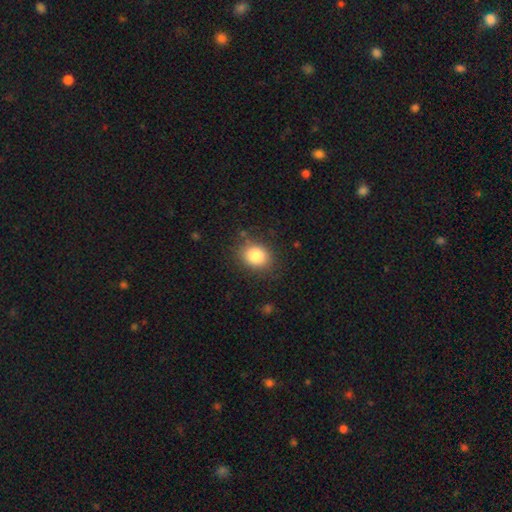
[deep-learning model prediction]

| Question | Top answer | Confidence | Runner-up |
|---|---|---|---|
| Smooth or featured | smooth | 83% | star or artifact (10%) |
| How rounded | round | 57% | in between (42%) |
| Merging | none | 83% | minor disturbance (11%) |